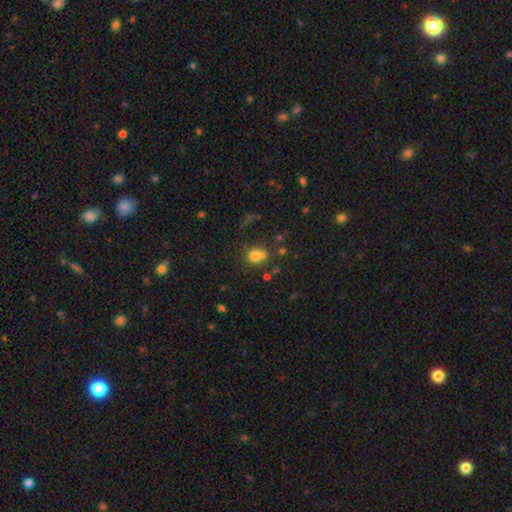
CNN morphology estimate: The model was most divided on "merging": none: 44%, merger: 39%, minor disturbance: 11%, major disturbance: 6%. More confident: how rounded — round (78%); smooth or featured — smooth (71%).